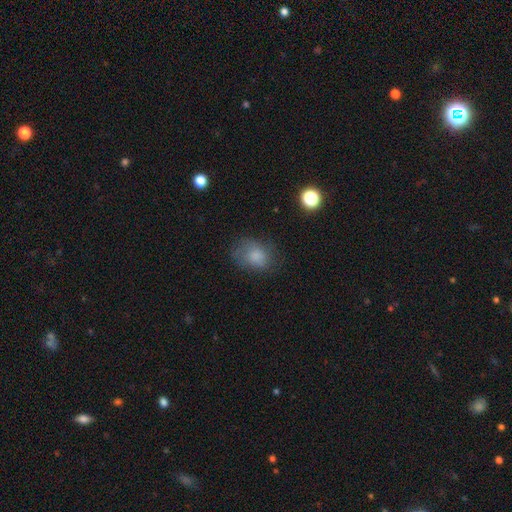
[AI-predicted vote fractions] A smooth galaxy with no disk features (75%) that is in between round and cigar-shaped (57%).

Vote fractions:
- Smooth or featured? smooth: 75% / featured or disk: 14% / star or artifact: 11%
- How rounded? in between: 57% / round: 42% / cigar-shaped: 1%
- Merging? none: 61% / minor disturbance: 25% / major disturbance: 12% / merger: 2%